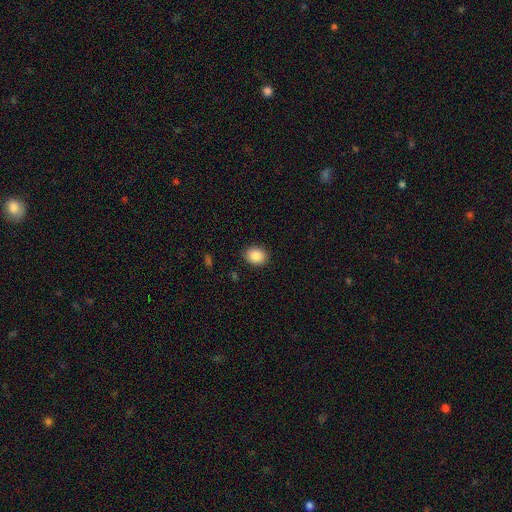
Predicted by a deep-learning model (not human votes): Smooth or featured: smooth — 89% (star or artifact — 8%)
How rounded: in between — 52% (round — 47%)
Merging: none — 89% (minor disturbance — 8%)